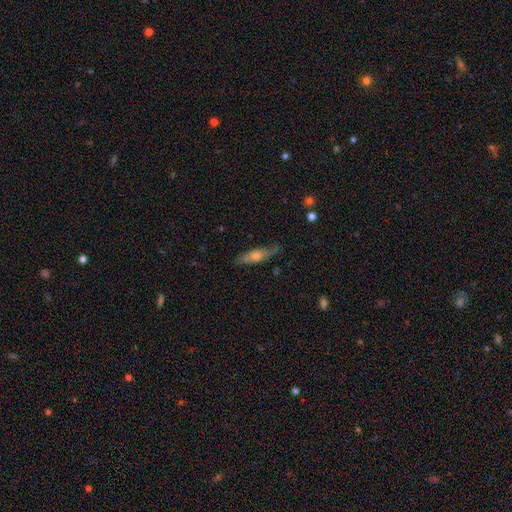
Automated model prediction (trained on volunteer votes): smooth-or-featured: smooth: 48% | featured or disk: 46% | star or artifact: 6%
  merging: none: 76% | minor disturbance: 19% | major disturbance: 4% | merger: 2%